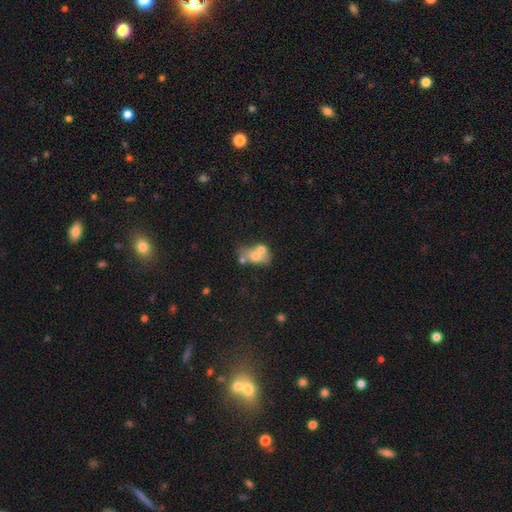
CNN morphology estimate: Smooth or featured: smooth — 59% (featured or disk — 31%)
How rounded: in between — 69% (round — 29%)
Merging: merger — 55% (none — 26%)